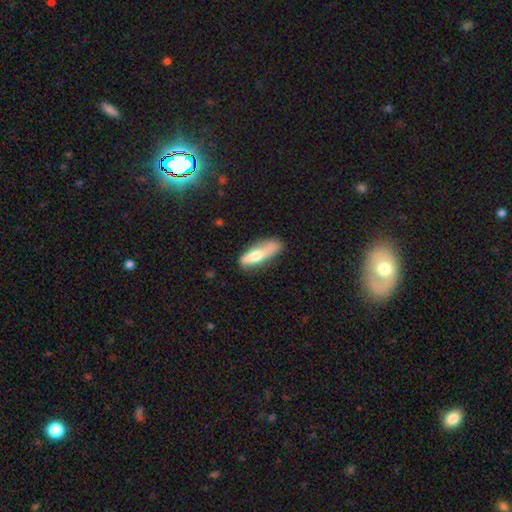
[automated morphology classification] Smooth or featured?
  - smooth: 62% *
  - featured or disk: 32%
  - star or artifact: 6%
How rounded?
  - cigar-shaped: 54% *
  - in between: 43%
  - round: 2%
Merging?
  - none: 56% *
  - minor disturbance: 28%
  - major disturbance: 11%
  - merger: 6%